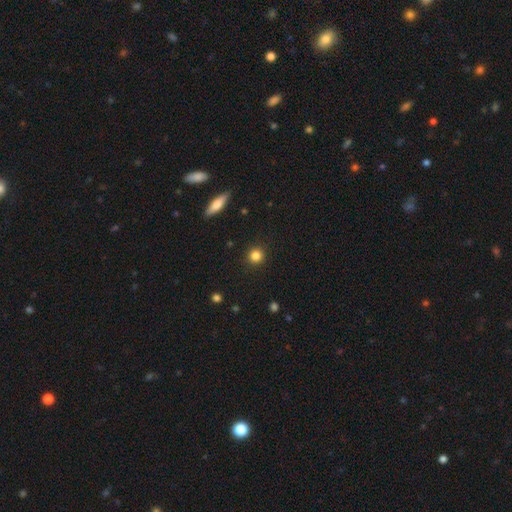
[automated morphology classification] Q: Smooth or featured?
A: smooth (84%); runner-up: star or artifact (11%)
Q: How rounded?
A: round (92%); runner-up: in between (6%)
Q: Merging?
A: none (91%); runner-up: minor disturbance (6%)